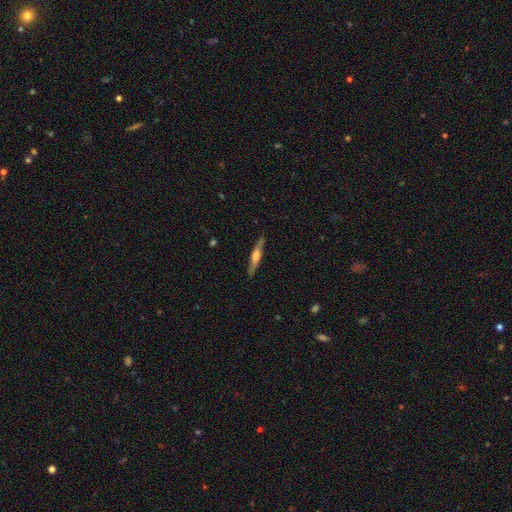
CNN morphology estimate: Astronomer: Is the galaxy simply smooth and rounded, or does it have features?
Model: featured or disk — 63%.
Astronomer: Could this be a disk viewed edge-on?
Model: yes — 94%.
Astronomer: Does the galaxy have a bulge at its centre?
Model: rounded — 63%.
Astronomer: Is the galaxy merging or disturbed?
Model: none — 87%.